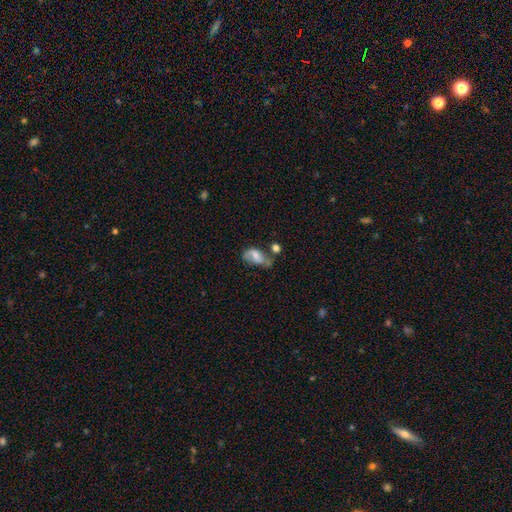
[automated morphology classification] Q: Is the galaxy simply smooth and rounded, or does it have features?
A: featured or disk — 46%.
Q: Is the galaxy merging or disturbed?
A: none — 31%.